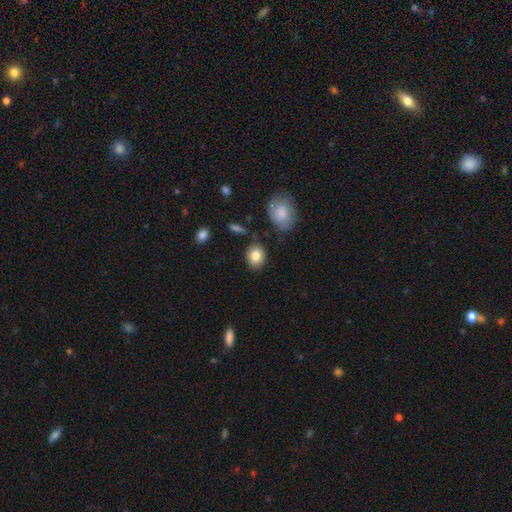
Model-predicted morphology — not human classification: Smooth or featured: smooth — 84% (featured or disk — 8%)
How rounded: in between — 53% (round — 46%)
Merging: none — 79% (minor disturbance — 13%)